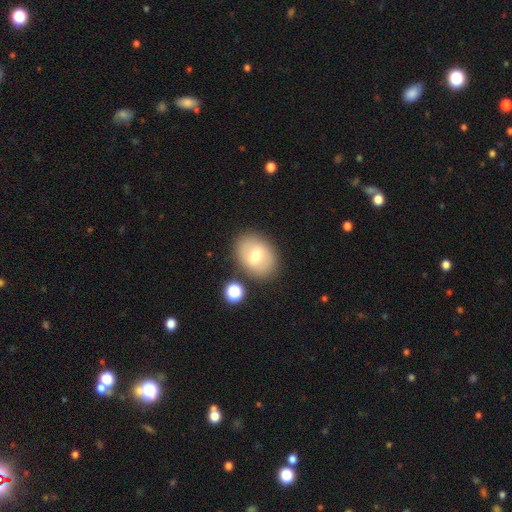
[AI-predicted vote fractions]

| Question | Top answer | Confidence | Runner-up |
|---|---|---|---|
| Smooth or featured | smooth | 63% | featured or disk (29%) |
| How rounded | in between | 67% | round (31%) |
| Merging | none | 80% | minor disturbance (11%) |